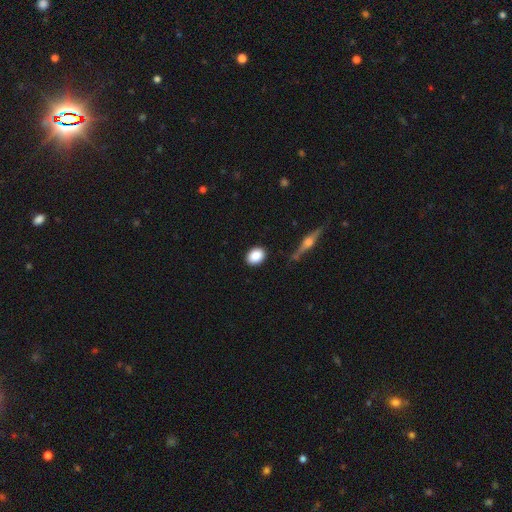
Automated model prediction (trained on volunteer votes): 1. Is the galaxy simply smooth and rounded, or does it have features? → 88% smooth, 7% star or artifact, 6% featured or disk.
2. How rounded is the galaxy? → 61% in between, 36% round, 2% cigar-shaped.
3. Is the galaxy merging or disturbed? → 87% none, 9% minor disturbance, 2% major disturbance, 2% merger.